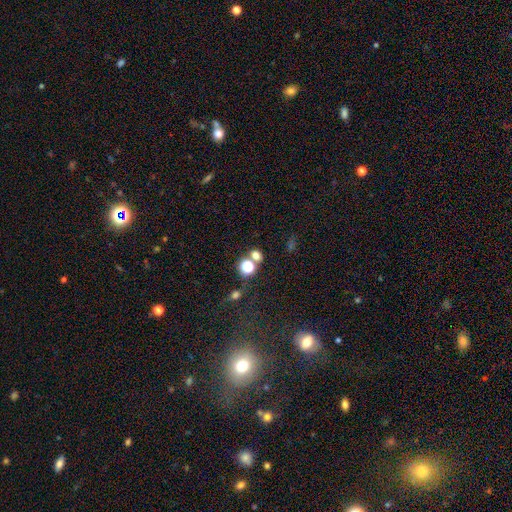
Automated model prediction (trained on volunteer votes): This appears to be a smooth galaxy with no disk features (61%) that is round (71%). Merging: none (66%).